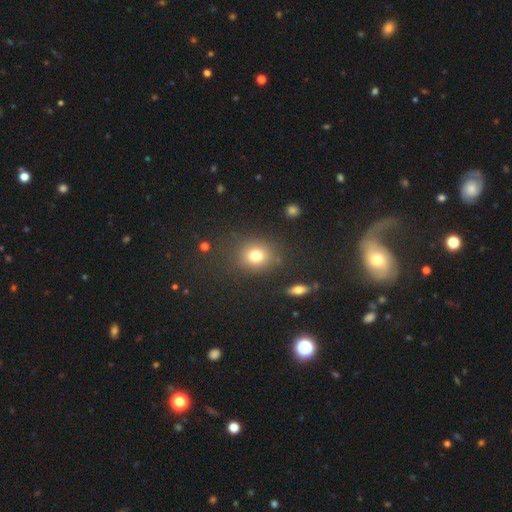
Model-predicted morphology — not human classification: Smooth or featured?
  - smooth: 77% *
  - star or artifact: 14%
  - featured or disk: 8%
How rounded?
  - round: 70% *
  - in between: 29%
  - cigar-shaped: 1%
Merging?
  - none: 80% *
  - minor disturbance: 11%
  - major disturbance: 5%
  - merger: 4%